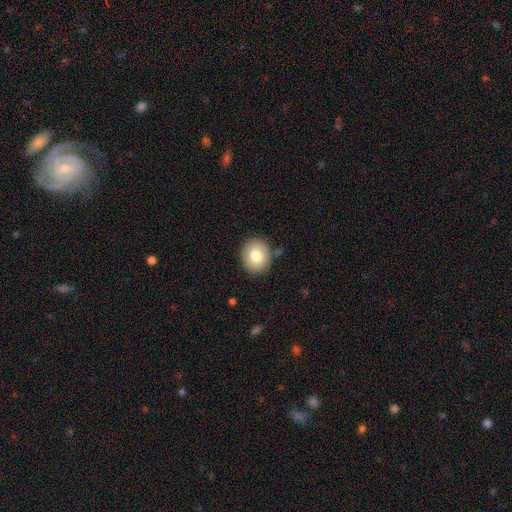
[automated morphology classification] Overall: smooth (78%). How rounded: round (70%). Merging: none (85%).